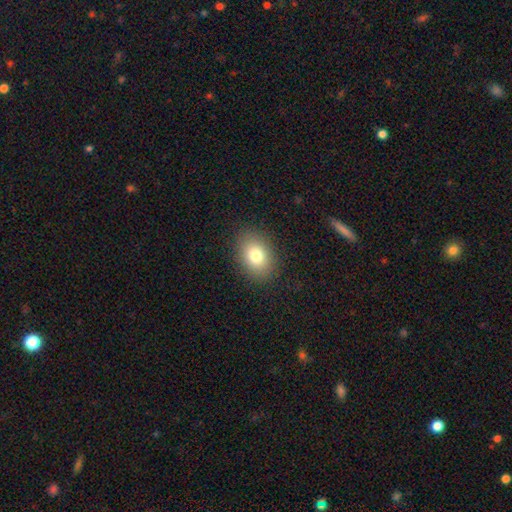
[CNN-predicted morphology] smooth_or_featured: smooth (p=0.80) [alt: featured or disk p=0.10]
how_rounded: in between (p=0.70) [alt: round p=0.29]
merging: none (p=0.88) [alt: minor disturbance p=0.08]